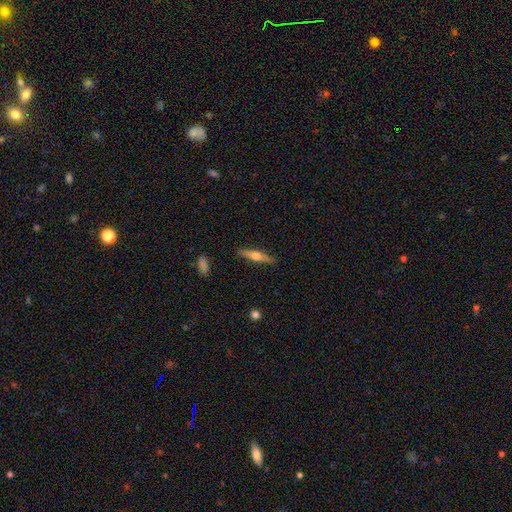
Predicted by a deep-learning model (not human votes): Smooth or featured? Predicted: featured or disk (p=0.54). Edge-on disk? Predicted: yes (p=0.96). Edge-on bulge? Predicted: rounded (p=0.87). Merging? Predicted: none (p=0.88).